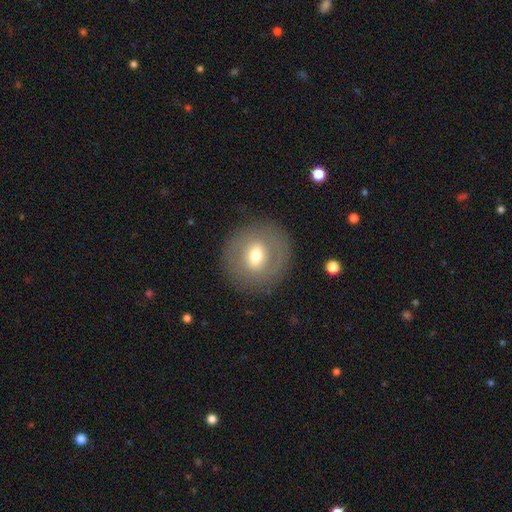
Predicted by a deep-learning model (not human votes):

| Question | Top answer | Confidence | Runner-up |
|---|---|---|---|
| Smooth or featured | smooth | 51% | featured or disk (40%) |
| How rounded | round | 82% | in between (17%) |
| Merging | none | 85% | minor disturbance (9%) |